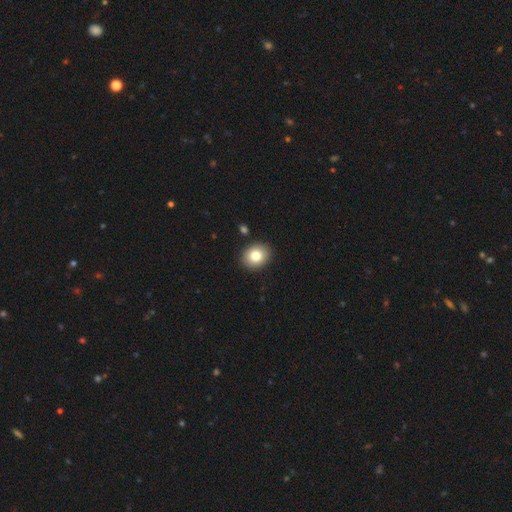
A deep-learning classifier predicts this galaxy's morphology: This is clearly a smooth galaxy (82%). How rounded: possibly round (60%). Merging: clearly none (89%).